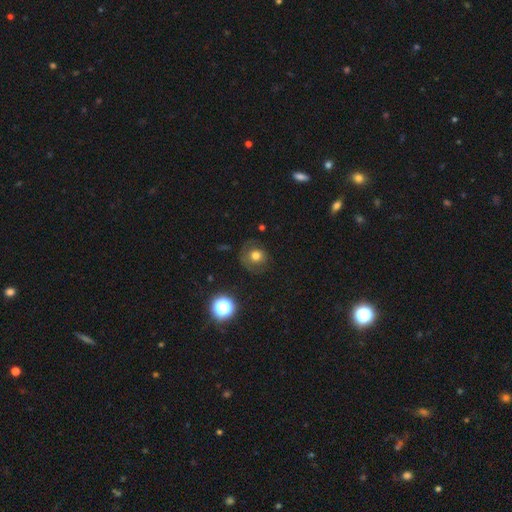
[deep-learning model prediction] Smooth or featured?
  - smooth: 69% *
  - star or artifact: 16%
  - featured or disk: 15%
How rounded?
  - round: 86% *
  - in between: 13%
  - cigar-shaped: 1%
Merging?
  - none: 70% *
  - minor disturbance: 18%
  - major disturbance: 11%
  - merger: 2%